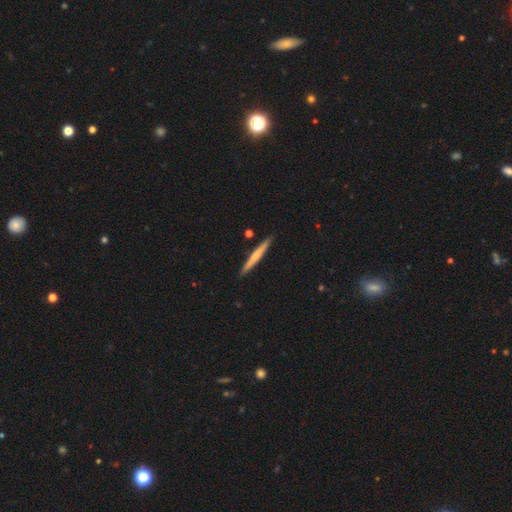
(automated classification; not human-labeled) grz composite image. It shows a featured or disk galaxy (48%). Merging: none (90%).